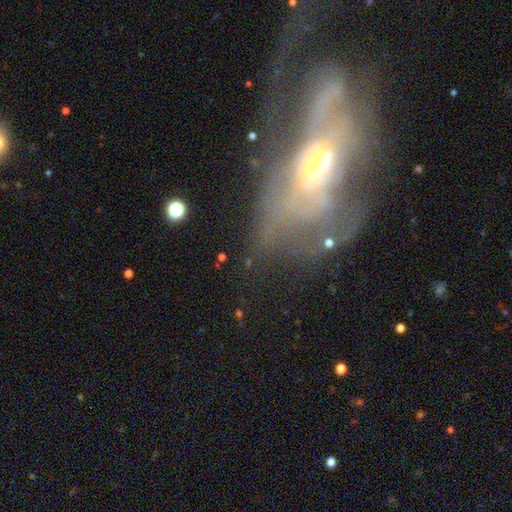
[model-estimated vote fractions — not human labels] Smooth or featured?
  - featured or disk: 66% *
  - smooth: 21%
  - star or artifact: 14%
Edge-on disk?
  - no: 88% *
  - yes: 12%
Bar?
  - no: 69% *
  - weak: 22%
  - strong: 9%
Spiral arms?
  - no: 52% *
  - yes: 48%
Bulge size?
  - moderate: 59% *
  - small: 25%
  - large: 11%
  - none: 3%
  - dominant: 2%
Merging?
  - major disturbance: 41% *
  - none: 32%
  - minor disturbance: 18%
  - merger: 9%